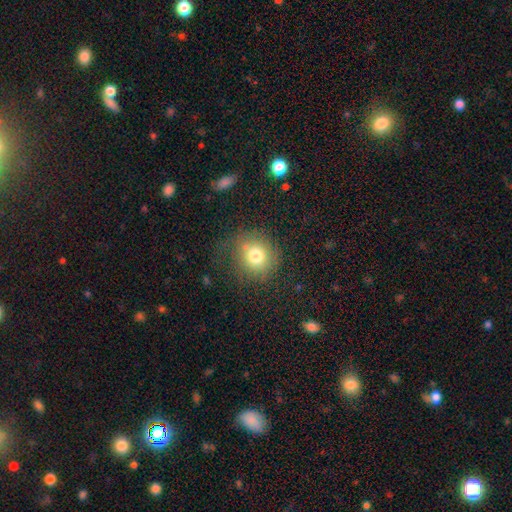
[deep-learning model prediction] Smooth or featured?
  - smooth: 74% *
  - star or artifact: 13%
  - featured or disk: 12%
How rounded?
  - round: 88% *
  - in between: 11%
  - cigar-shaped: 1%
Merging?
  - none: 72% *
  - minor disturbance: 17%
  - major disturbance: 8%
  - merger: 3%